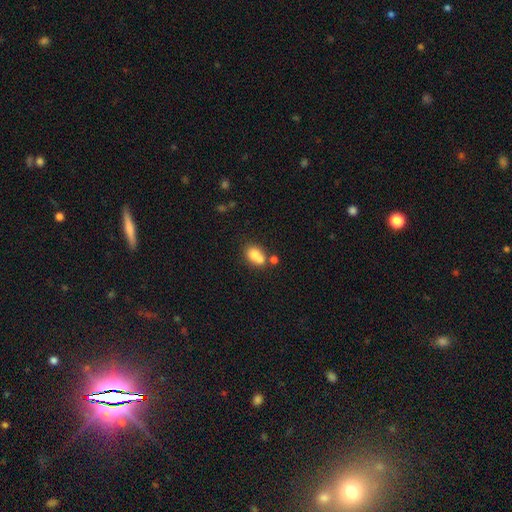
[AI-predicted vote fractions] Smooth or featured? Predicted: smooth (p=0.72). How rounded? Predicted: in between (p=0.55). Merging? Predicted: merger (p=0.50).